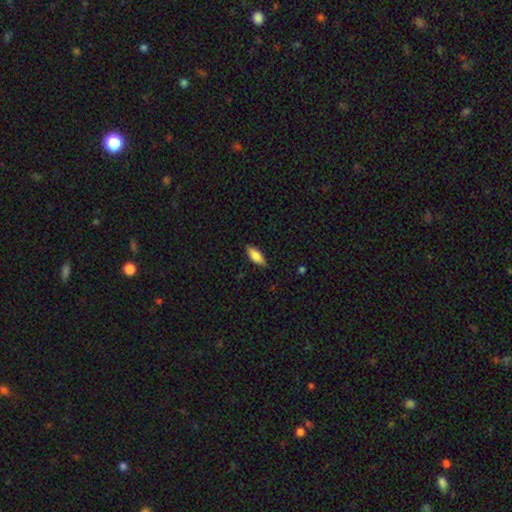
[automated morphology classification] Smooth or featured?
  - smooth: 76% *
  - featured or disk: 17%
  - star or artifact: 6%
How rounded?
  - in between: 73% *
  - cigar-shaped: 25%
  - round: 2%
Merging?
  - none: 83% *
  - minor disturbance: 13%
  - major disturbance: 2%
  - merger: 1%